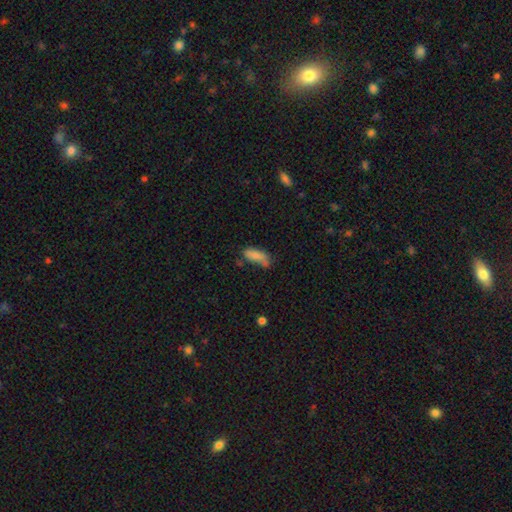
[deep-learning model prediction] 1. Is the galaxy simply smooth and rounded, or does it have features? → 81% smooth, 10% featured or disk, 9% star or artifact.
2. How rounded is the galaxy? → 74% in between, 24% cigar-shaped, 2% round.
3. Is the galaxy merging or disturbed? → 44% none, 31% minor disturbance, 14% major disturbance, 11% merger.